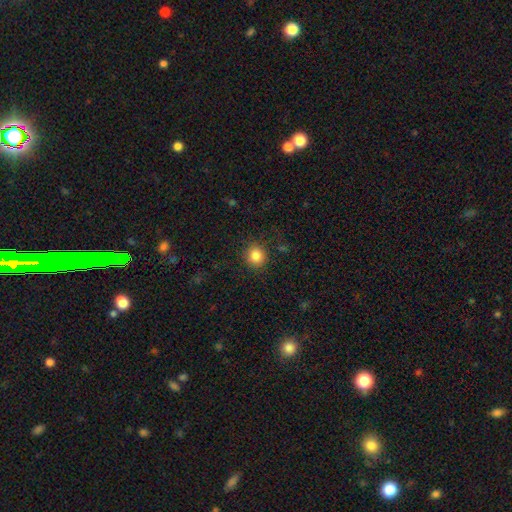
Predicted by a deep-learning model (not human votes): Smooth or featured? smooth (86%)
How rounded? round (89%)
Merging? none (88%)